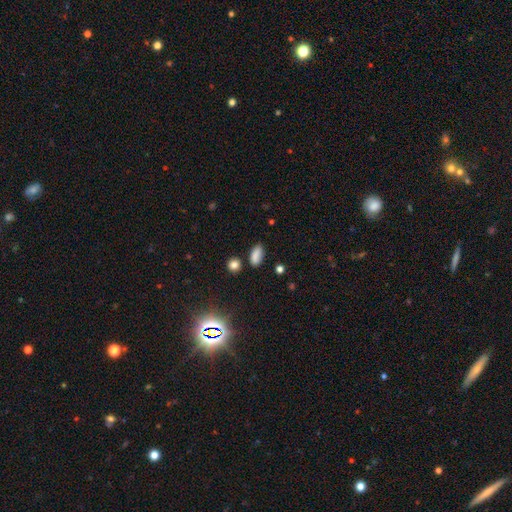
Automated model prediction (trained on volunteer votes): Morphology: type=smooth (82%); roundness=in between (84%); merging=none (75%).